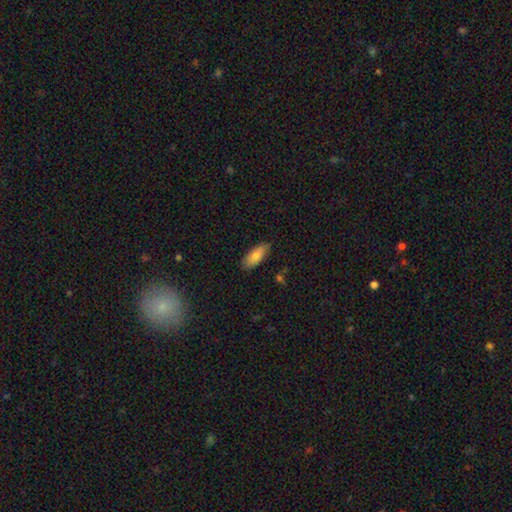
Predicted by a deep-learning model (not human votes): Overall: smooth (81%). How rounded: in between (79%). Merging: none (82%).